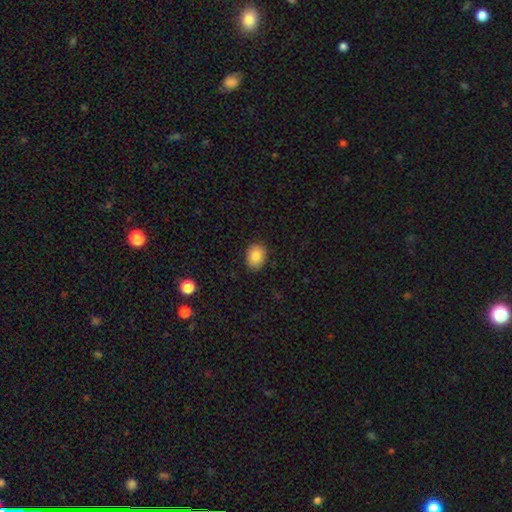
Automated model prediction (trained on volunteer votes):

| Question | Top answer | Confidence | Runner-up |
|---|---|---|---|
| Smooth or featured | smooth | 86% | star or artifact (8%) |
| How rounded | in between | 52% | round (47%) |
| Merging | none | 88% | minor disturbance (9%) |